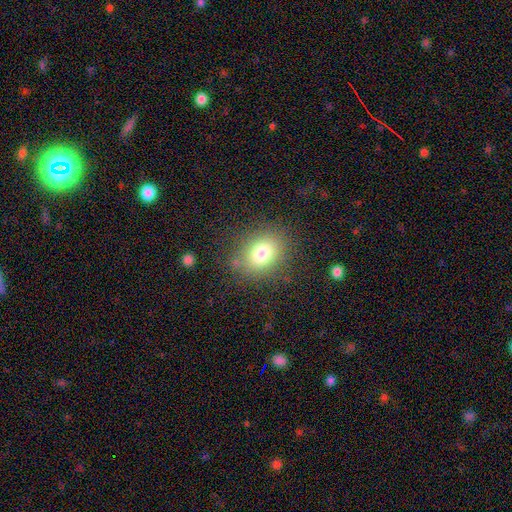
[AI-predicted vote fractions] Q: Smooth or featured?
A: smooth (76%); runner-up: star or artifact (13%)
Q: How rounded?
A: round (51%); runner-up: in between (48%)
Q: Merging?
A: none (79%); runner-up: minor disturbance (13%)